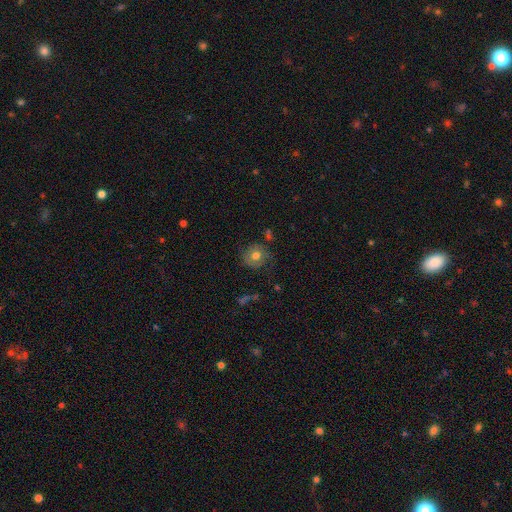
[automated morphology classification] smooth_or_featured: smooth (p=0.66) [alt: featured or disk p=0.24]
how_rounded: round (p=0.88) [alt: in between p=0.11]
merging: none (p=0.72) [alt: minor disturbance p=0.18]